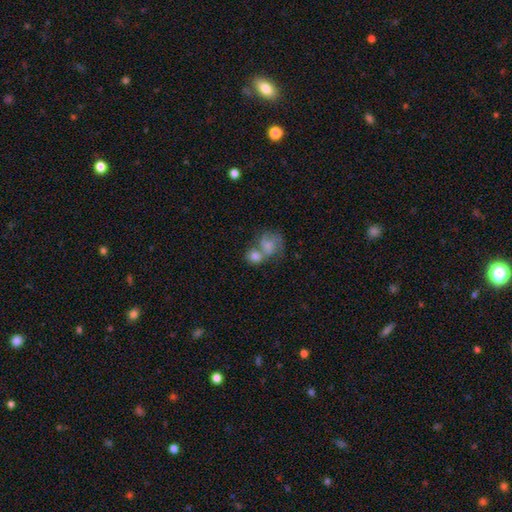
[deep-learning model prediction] Smooth or featured?
  - smooth: 56% *
  - featured or disk: 33%
  - star or artifact: 11%
How rounded?
  - round: 65% *
  - in between: 33%
  - cigar-shaped: 1%
Merging?
  - merger: 53% *
  - none: 29%
  - minor disturbance: 11%
  - major disturbance: 7%